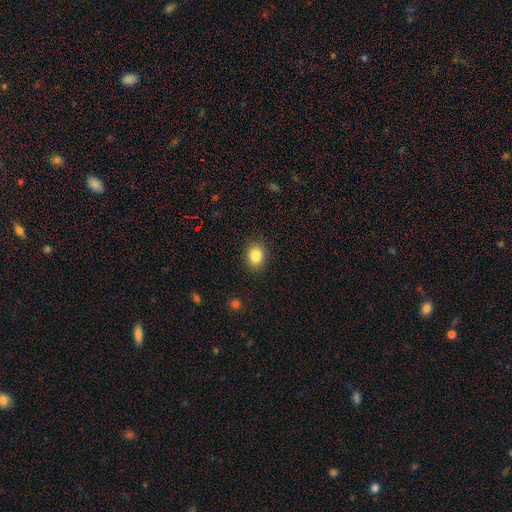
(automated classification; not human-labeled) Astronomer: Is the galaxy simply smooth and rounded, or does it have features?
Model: smooth — 85%.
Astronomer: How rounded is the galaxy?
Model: in between — 54% (runner-up: round, 46%).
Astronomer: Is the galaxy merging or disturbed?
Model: none — 88%.